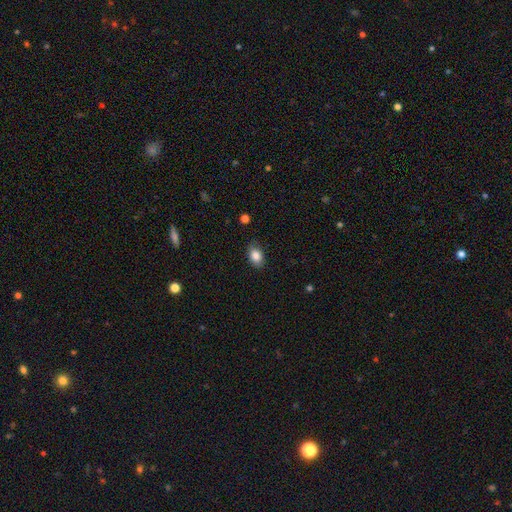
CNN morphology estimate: smooth 85%, star or artifact 8%, featured or disk 6%. Down the decision tree: how rounded — in between (81%); merging — none (81%).